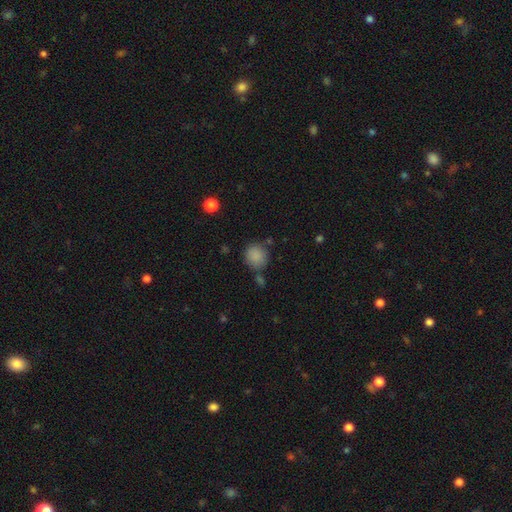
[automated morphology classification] smooth 86%, star or artifact 10%, featured or disk 4%. Down the decision tree: how rounded — round (85%); merging — none (71%).